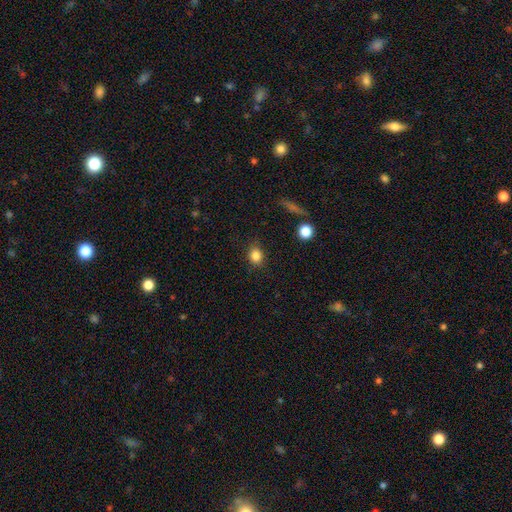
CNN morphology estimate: Smooth or featured? Predicted: smooth (p=0.84). How rounded? Predicted: round (p=0.63). Merging? Predicted: none (p=0.84).